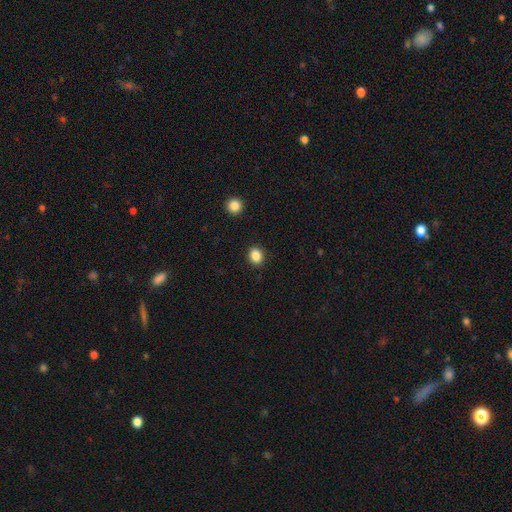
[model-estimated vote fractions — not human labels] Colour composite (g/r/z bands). It shows a smooth galaxy with no disk features (86%) that is round (57%). Merging: none (90%).